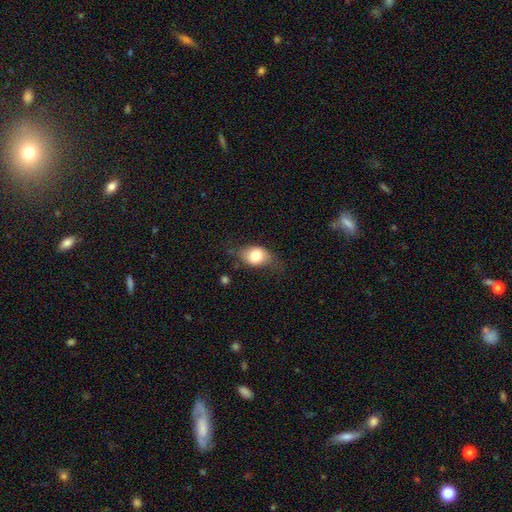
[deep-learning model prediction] Smooth or featured?
  - smooth: 72% *
  - featured or disk: 21%
  - star or artifact: 8%
How rounded?
  - in between: 71% *
  - round: 26%
  - cigar-shaped: 2%
Merging?
  - none: 56% *
  - minor disturbance: 29%
  - major disturbance: 12%
  - merger: 2%